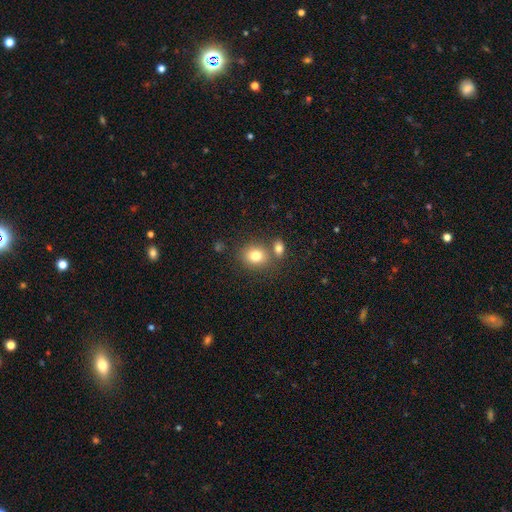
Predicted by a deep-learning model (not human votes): Overall: smooth (80%). How rounded: round (64%; in between 35%). Merging: none (63%; merger 24%).